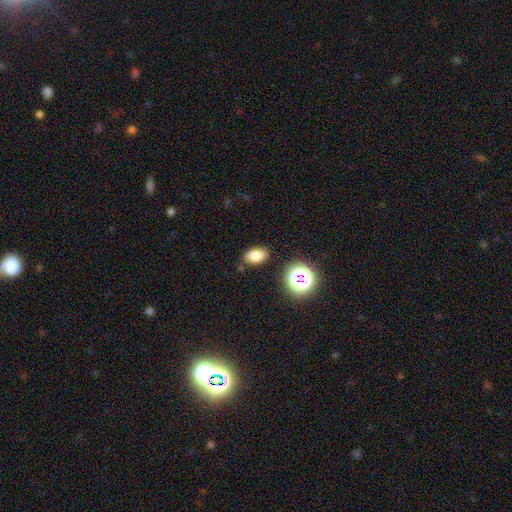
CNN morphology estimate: A smooth galaxy with no disk features (79%) that is in between round and cigar-shaped (86%). Merging: none (85%).